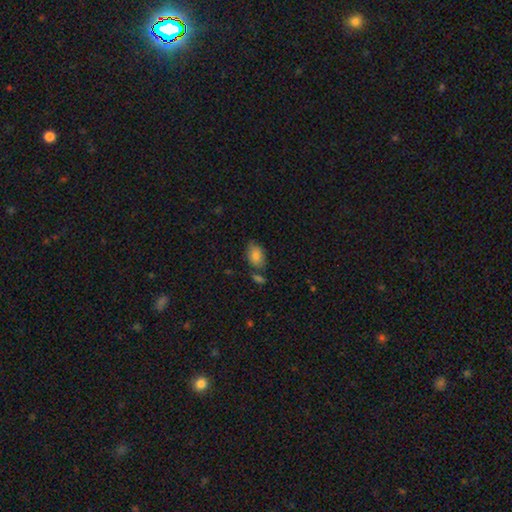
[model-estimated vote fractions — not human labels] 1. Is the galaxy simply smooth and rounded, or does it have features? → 82% smooth, 10% featured or disk, 8% star or artifact.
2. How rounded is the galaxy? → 87% in between, 11% round, 2% cigar-shaped.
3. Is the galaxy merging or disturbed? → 64% none, 20% minor disturbance, 11% merger, 5% major disturbance.